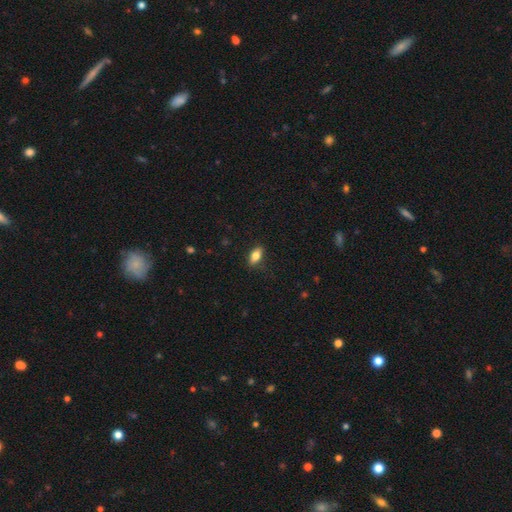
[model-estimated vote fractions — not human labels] A smooth galaxy with no disk features (77%) that is in between round and cigar-shaped (84%).

Vote fractions:
- Smooth or featured? smooth: 77% / featured or disk: 15% / star or artifact: 8%
- How rounded? in between: 84% / cigar-shaped: 11% / round: 5%
- Merging? none: 84% / minor disturbance: 12% / major disturbance: 3% / merger: 1%